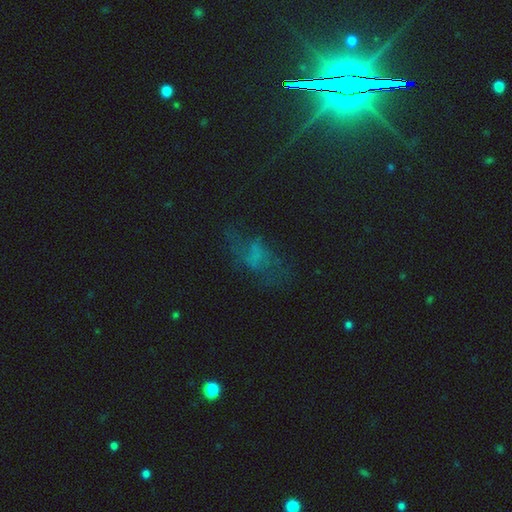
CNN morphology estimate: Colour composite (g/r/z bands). It shows a smooth galaxy with no disk features (35%). Merging: none (46%).